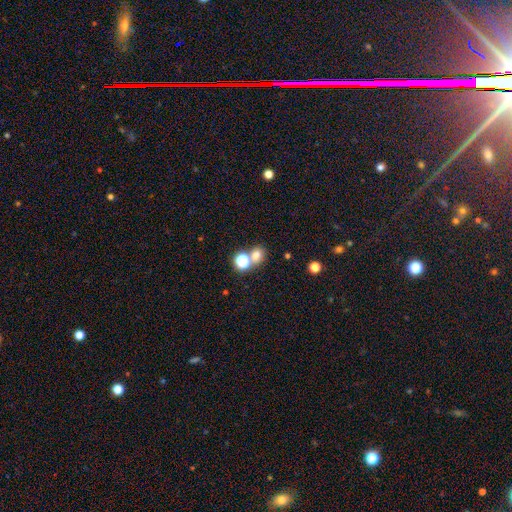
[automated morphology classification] This is likely a smooth galaxy (70%). How rounded: likely round (67%). Merging: possibly none (55%).